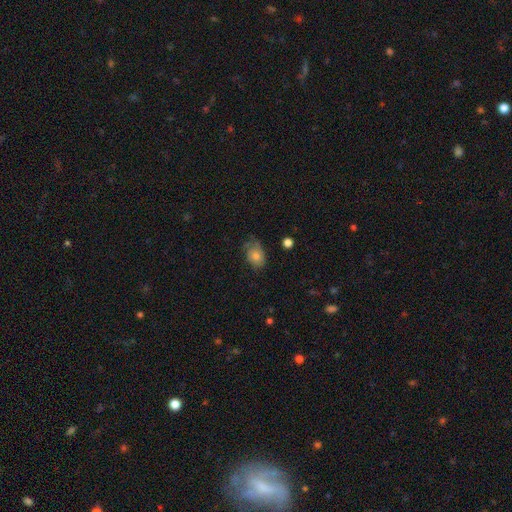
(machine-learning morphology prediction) Smooth or featured? Predicted: smooth (p=0.60). How rounded? Predicted: in between (p=0.76). Merging? Predicted: none (p=0.50).